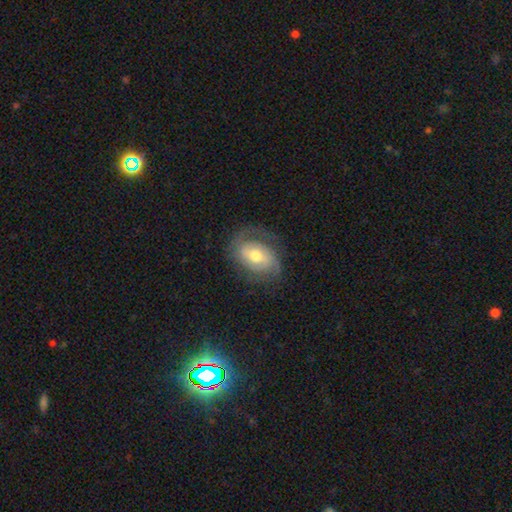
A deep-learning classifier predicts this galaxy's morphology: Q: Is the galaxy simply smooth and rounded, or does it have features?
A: featured or disk — 73%.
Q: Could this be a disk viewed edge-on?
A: no — 96%.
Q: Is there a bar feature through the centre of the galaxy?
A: no — 53%.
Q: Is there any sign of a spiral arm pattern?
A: yes — 87%.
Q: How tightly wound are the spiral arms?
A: tight — 48%.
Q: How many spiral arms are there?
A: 2 — 56%.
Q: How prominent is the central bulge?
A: moderate — 74%.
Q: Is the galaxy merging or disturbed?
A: none — 67%.